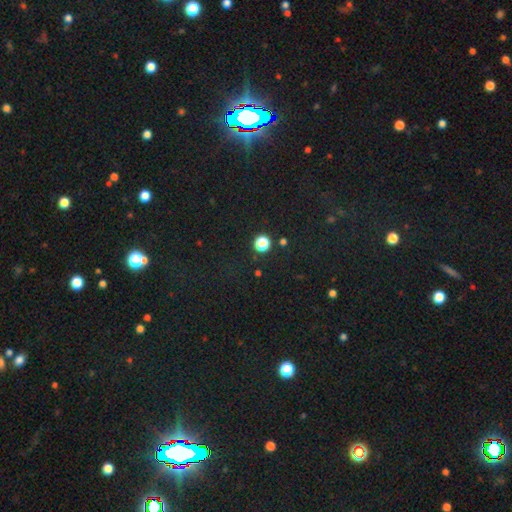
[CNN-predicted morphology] This appears to be a star or artifact, not a galaxy (79%).